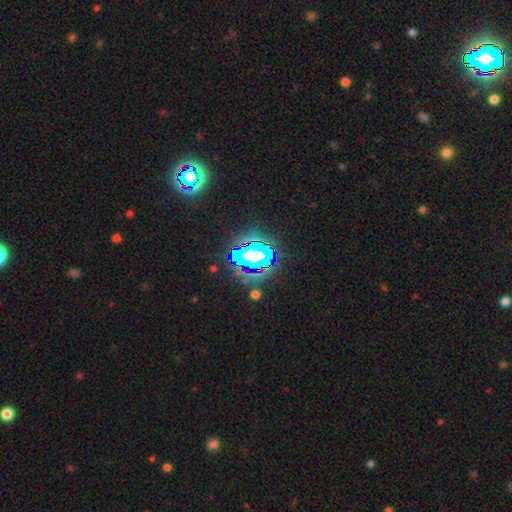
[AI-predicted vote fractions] A star or artifact, not a galaxy (65%).